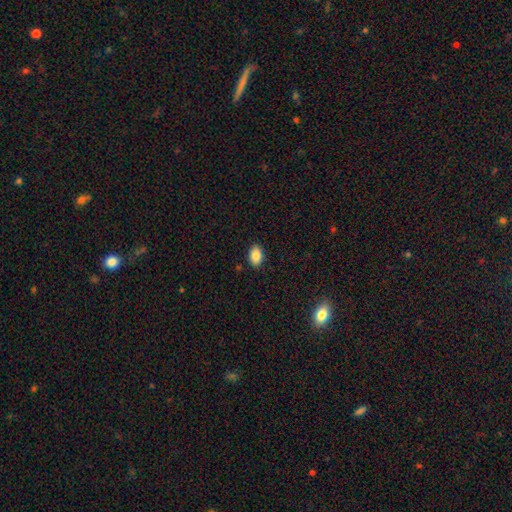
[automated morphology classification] This appears to be a smooth galaxy with no disk features (87%) that is in between round and cigar-shaped (88%). Merging: none (88%).